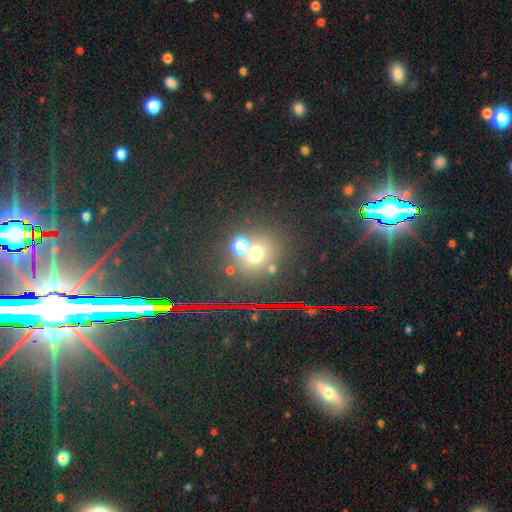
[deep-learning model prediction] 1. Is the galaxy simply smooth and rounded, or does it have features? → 67% star or artifact, 23% smooth, 10% featured or disk.